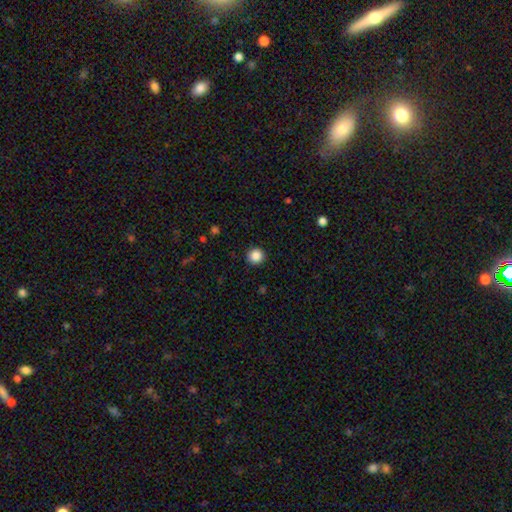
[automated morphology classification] This appears to be a smooth galaxy with no disk features (87%) that is round (95%). Merging: none (92%).